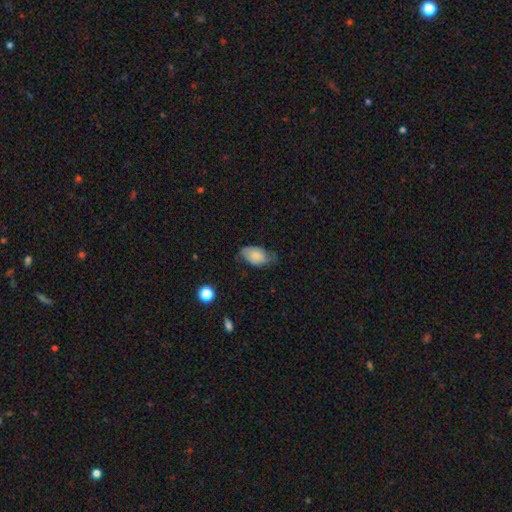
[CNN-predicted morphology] Q: Smooth or featured?
A: smooth (69%); runner-up: featured or disk (23%)
Q: How rounded?
A: in between (91%); runner-up: round (7%)
Q: Merging?
A: none (52%); runner-up: minor disturbance (36%)